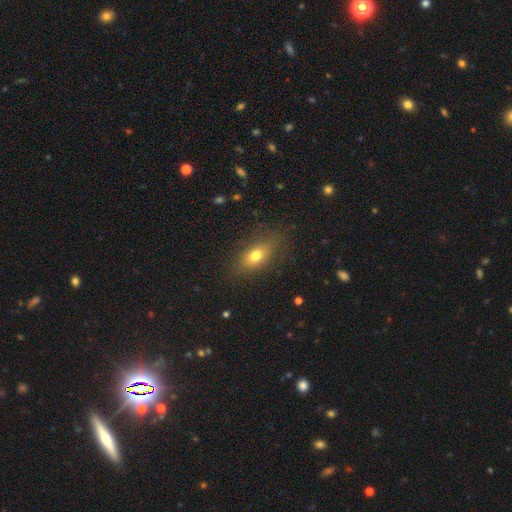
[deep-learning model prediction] Smooth or featured? Predicted: smooth (p=0.74). How rounded? Predicted: in between (p=0.78). Merging? Predicted: none (p=0.76).